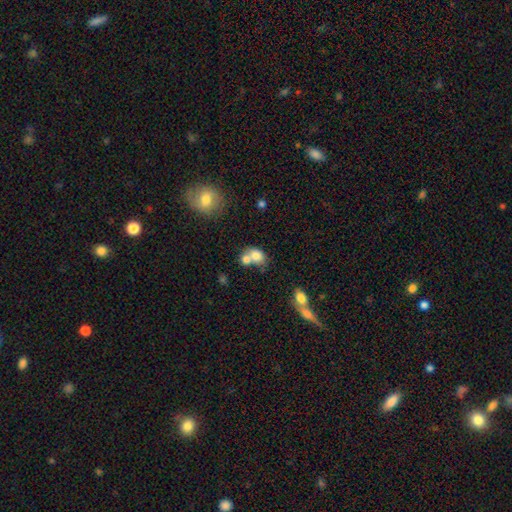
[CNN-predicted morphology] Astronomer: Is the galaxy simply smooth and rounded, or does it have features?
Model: smooth — 76%.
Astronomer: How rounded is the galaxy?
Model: in between — 55% (runner-up: round, 44%).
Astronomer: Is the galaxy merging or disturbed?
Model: merger — 59%.